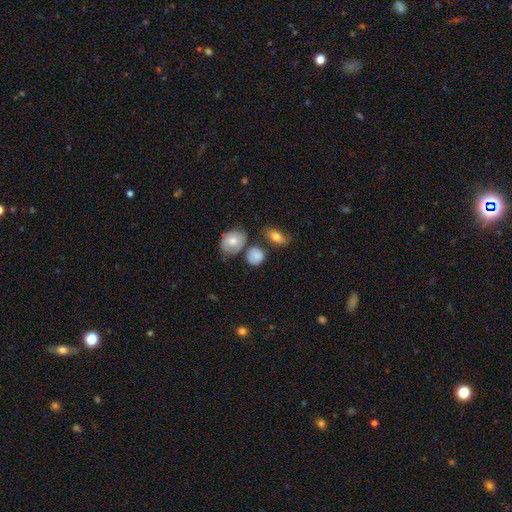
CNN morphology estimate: A smooth galaxy with no disk features (80%) that is round (65%). Merging: none (64%).